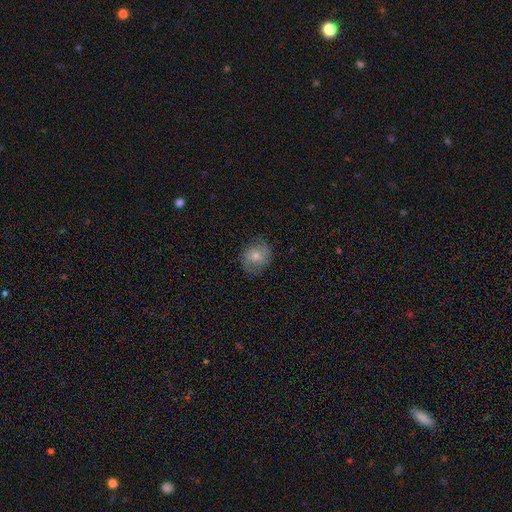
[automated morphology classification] This is possibly a featured or disk galaxy (52%). It is clearly not viewed edge-on (96%). Bar: likely no (65%). Spiral arm pattern: clearly yes (83%). Central bulge: possibly moderate (57%). Merging: likely none (79%).